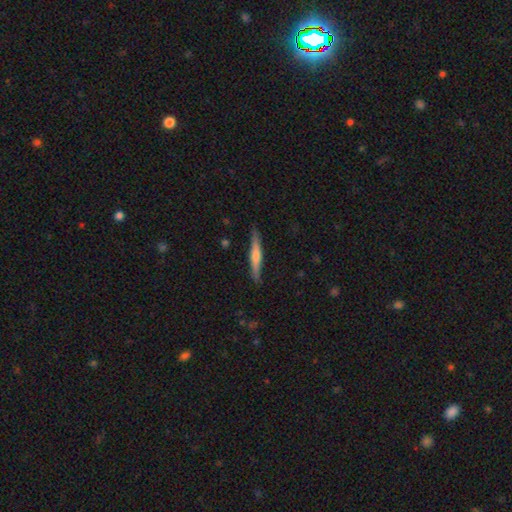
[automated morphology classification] Smooth or featured: featured or disk — 56% (smooth — 38%)
Edge-on disk: yes — 97% (no — 3%)
Edge-on bulge: rounded — 63% (none — 21%)
Merging: none — 88% (minor disturbance — 9%)